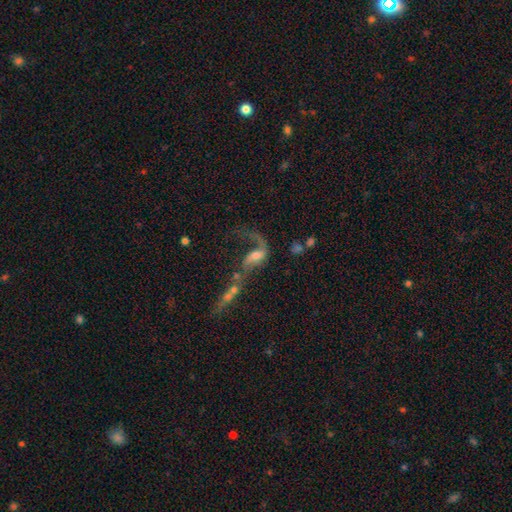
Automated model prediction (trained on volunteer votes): smooth-or-featured: featured or disk: 70% | smooth: 19% | star or artifact: 10%
  disk-edge-on: no: 93% | yes: 7%
    bar: no: 46% | weak: 38% | strong: 16%
    has-spiral-arms: yes: 80% | no: 20%
      spiral-winding: loose: 86% | medium: 11% | tight: 3%
      spiral-arm-count: 1: 47% | 2: 45% | can't tell: 4% | 3: 1% | 4: 1% | more than 4: 1%
    bulge-size: moderate: 44% | small: 31% | none: 11% | large: 10% | dominant: 2%
  merging: merger: 38% | major disturbance: 30% | none: 21% | minor disturbance: 10%